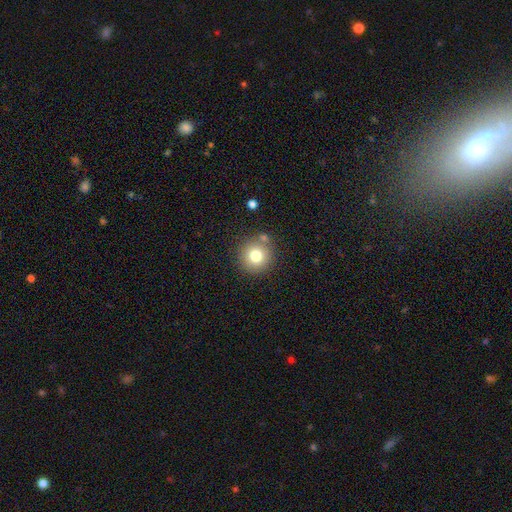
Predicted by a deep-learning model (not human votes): A smooth galaxy with no disk features (78%) that is round (94%). Merging: none (78%).